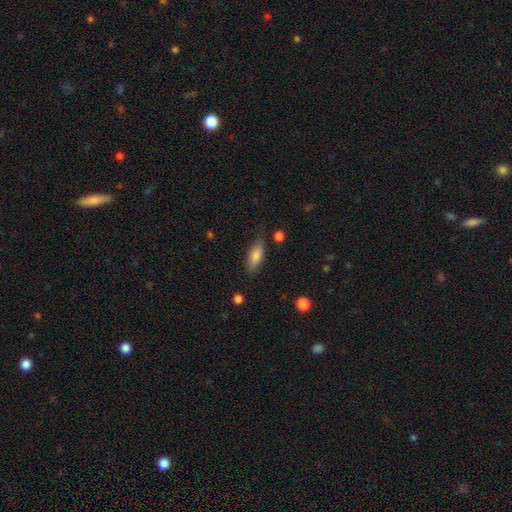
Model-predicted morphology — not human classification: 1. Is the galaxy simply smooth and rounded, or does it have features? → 78% smooth, 15% featured or disk, 7% star or artifact.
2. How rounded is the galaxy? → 71% in between, 26% cigar-shaped, 3% round.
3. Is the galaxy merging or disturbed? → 80% none, 15% minor disturbance, 3% major disturbance, 2% merger.